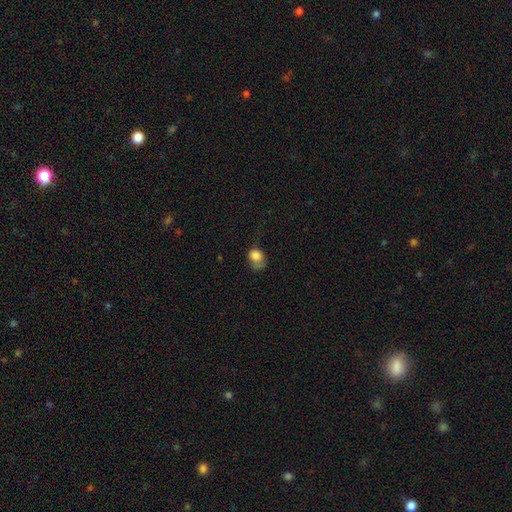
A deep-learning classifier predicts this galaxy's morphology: This is likely a smooth galaxy (80%). How rounded: possibly round (57%). Merging: marginally minor disturbance (35%).